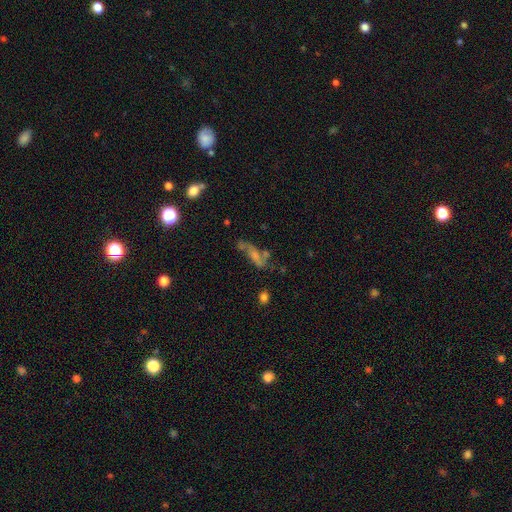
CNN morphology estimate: This is possibly a featured or disk galaxy (51%). It is likely not viewed edge-on (79%). Merging: possibly none (45%).